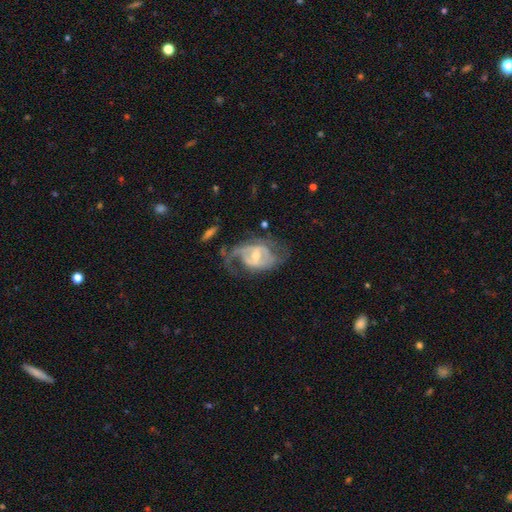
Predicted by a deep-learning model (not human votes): This appears to be a featured or disk galaxy (82%) with a weak bar (51%), 2 (57%) medium (43%) spiral arms (84%) and a moderate central bulge (52%). Merging: none (42%).